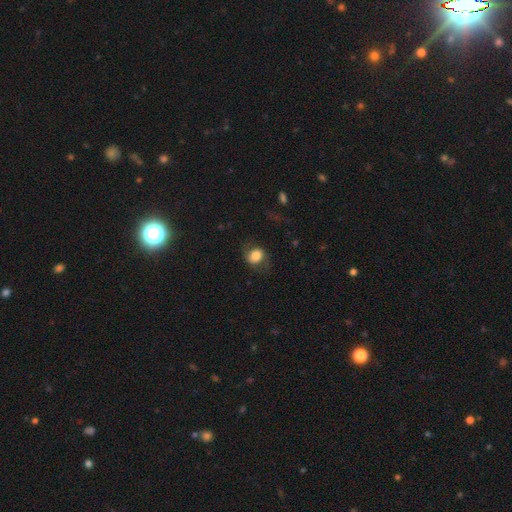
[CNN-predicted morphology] This is likely a smooth galaxy (71%). How rounded: possibly round (56%). Merging: possibly none (60%).